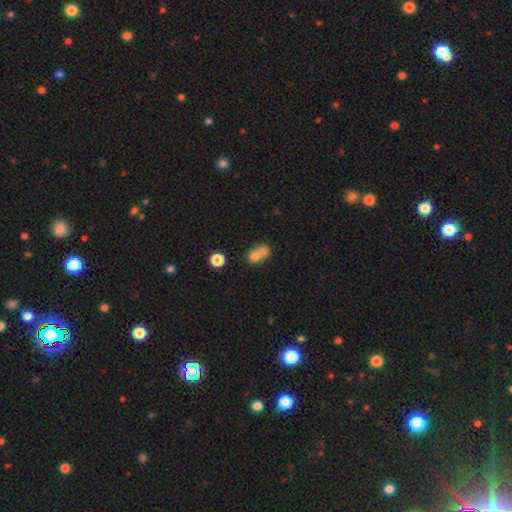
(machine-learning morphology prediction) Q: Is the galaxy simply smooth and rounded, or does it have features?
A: smooth — 71%.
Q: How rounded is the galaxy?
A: round — 64%.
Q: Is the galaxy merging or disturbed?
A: merger — 67%.